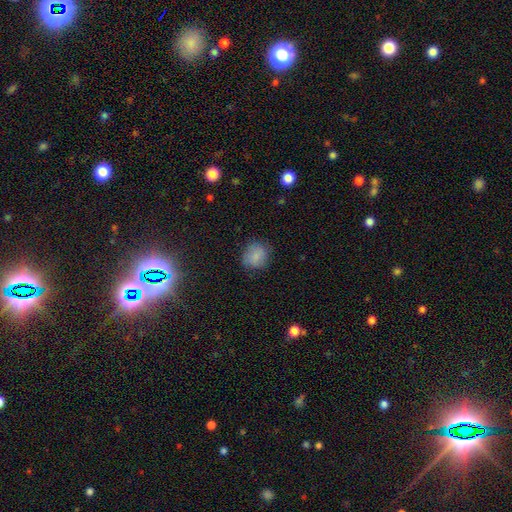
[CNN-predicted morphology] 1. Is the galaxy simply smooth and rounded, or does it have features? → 81% smooth, 10% star or artifact, 9% featured or disk.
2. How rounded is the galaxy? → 76% round, 23% in between, 1% cigar-shaped.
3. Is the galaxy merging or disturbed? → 74% none, 20% minor disturbance, 5% major disturbance, 1% merger.